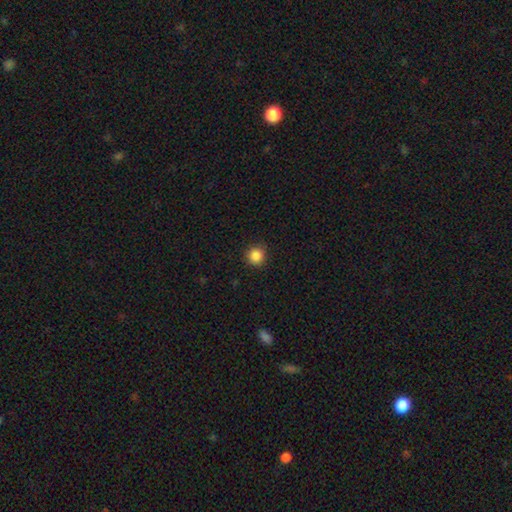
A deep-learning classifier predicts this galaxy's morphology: This is clearly a smooth galaxy (87%). How rounded: clearly round (93%). Merging: clearly none (89%).